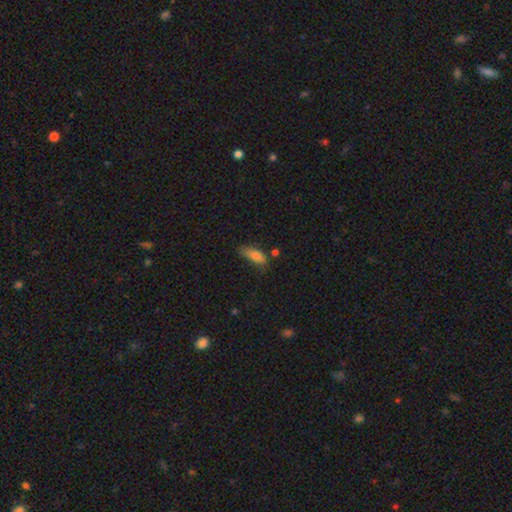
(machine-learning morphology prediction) The model was most divided on "merging": none: 43%, minor disturbance: 35%, major disturbance: 16%, merger: 6%. More confident: smooth or featured — smooth (80%); how rounded — in between (71%).